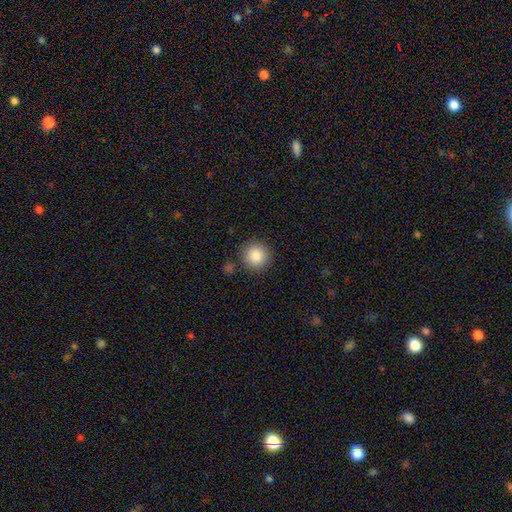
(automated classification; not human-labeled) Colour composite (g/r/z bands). It shows a smooth galaxy with no disk features (87%) that is round (94%). Merging: none (86%).